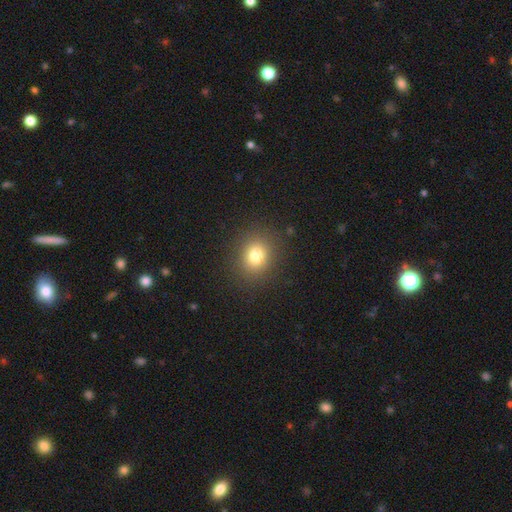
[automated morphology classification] This appears to be a smooth galaxy with no disk features (78%) that is round (68%). Merging: none (86%).